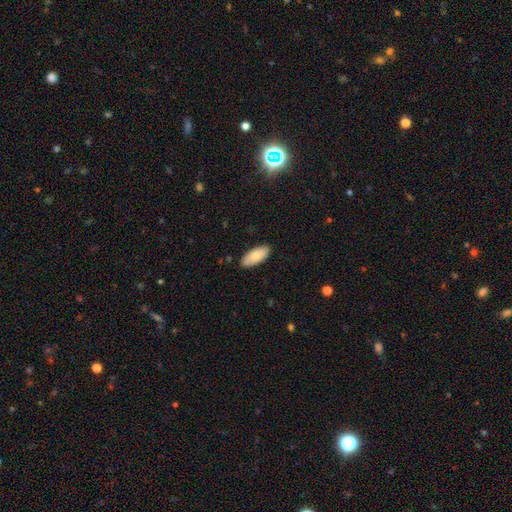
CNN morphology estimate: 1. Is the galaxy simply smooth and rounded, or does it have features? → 81% smooth, 14% featured or disk, 5% star or artifact.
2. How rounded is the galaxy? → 85% in between, 13% cigar-shaped, 2% round.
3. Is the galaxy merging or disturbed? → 88% none, 9% minor disturbance, 2% major disturbance, 1% merger.